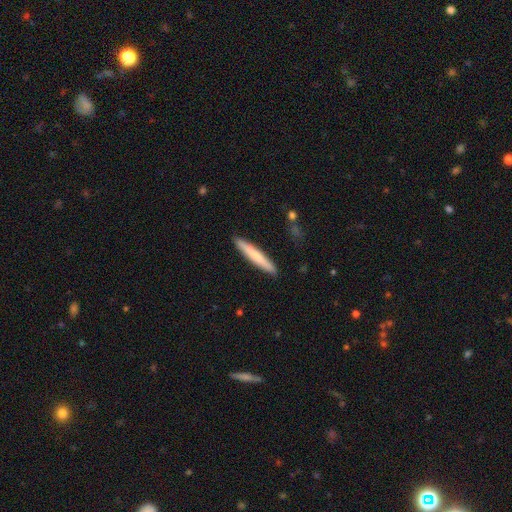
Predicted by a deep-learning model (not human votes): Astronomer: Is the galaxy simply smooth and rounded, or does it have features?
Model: smooth — 67%.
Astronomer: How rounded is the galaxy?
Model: cigar-shaped — 95%.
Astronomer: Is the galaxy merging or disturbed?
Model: none — 90%.